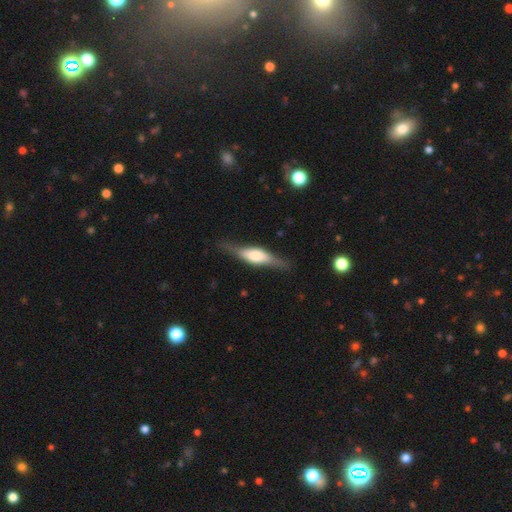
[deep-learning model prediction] Smooth or featured? featured or disk (60%)
Edge-on disk? yes (92%)
Edge-on bulge? rounded (72%)
Merging? none (77%)